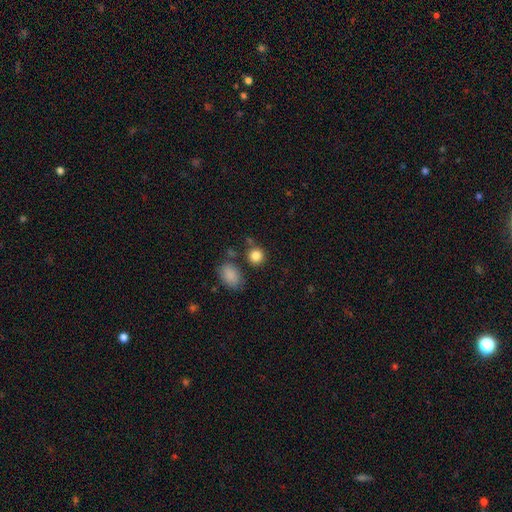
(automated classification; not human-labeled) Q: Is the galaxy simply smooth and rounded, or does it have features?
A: smooth — 85%.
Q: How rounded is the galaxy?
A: round — 84%.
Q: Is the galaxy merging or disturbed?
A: none — 75%.